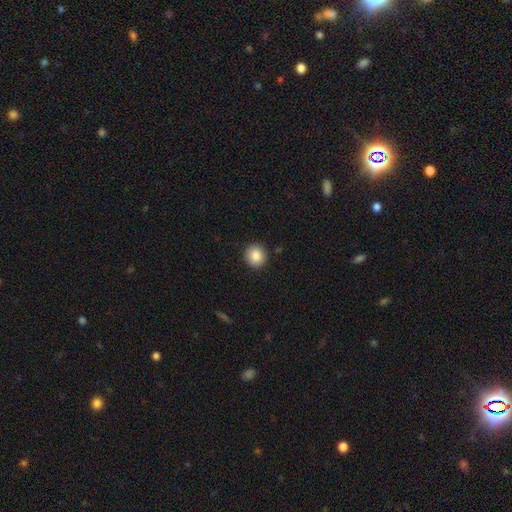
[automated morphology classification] Smooth or featured? smooth (87%)
How rounded? round (91%)
Merging? none (91%)